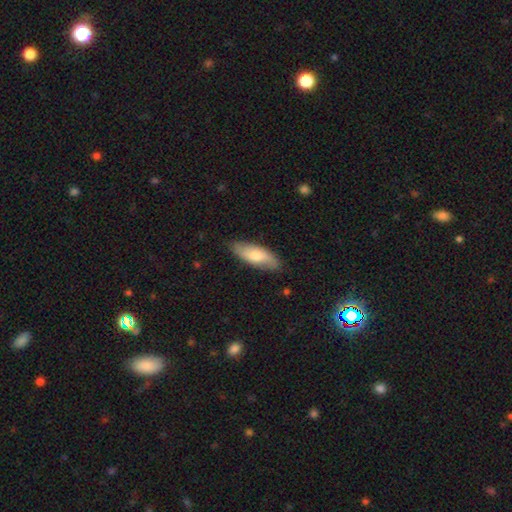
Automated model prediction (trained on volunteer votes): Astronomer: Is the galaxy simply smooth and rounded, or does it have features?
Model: smooth — 64%.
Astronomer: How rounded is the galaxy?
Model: in between — 69%.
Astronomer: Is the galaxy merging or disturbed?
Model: none — 82%.